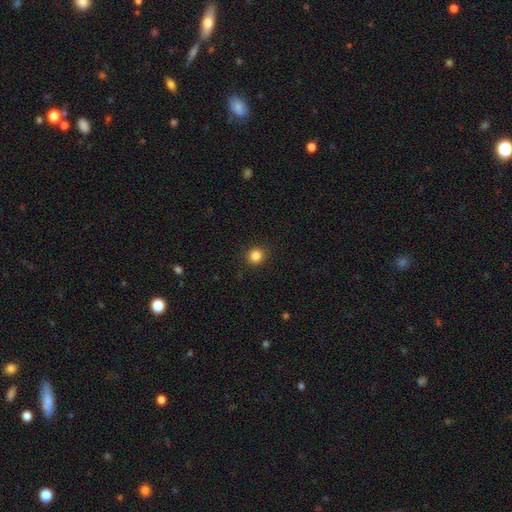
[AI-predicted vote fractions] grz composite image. It shows a smooth galaxy with no disk features (85%) that is round (90%). Merging: none (91%).